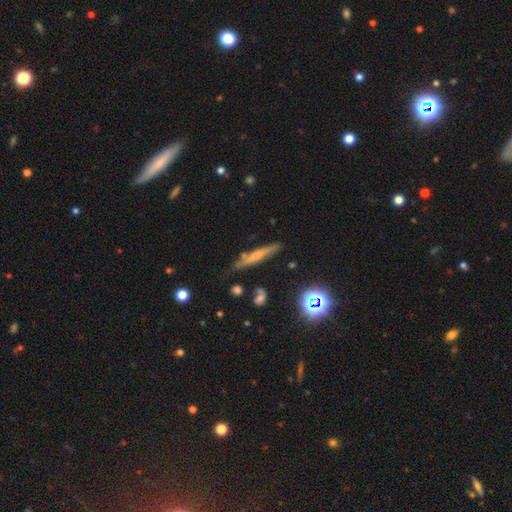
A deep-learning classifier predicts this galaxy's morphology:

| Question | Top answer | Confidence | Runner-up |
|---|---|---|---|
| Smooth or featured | smooth | 50% | featured or disk (38%) |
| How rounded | cigar-shaped | 89% | in between (7%) |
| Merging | none | 72% | minor disturbance (19%) |